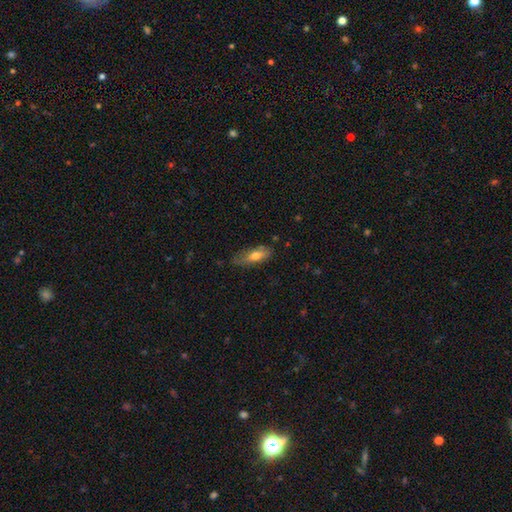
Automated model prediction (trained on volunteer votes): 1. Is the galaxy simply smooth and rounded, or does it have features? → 65% smooth, 28% featured or disk, 7% star or artifact.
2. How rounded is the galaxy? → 70% in between, 27% cigar-shaped, 3% round.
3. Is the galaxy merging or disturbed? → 63% none, 28% minor disturbance, 7% major disturbance, 2% merger.